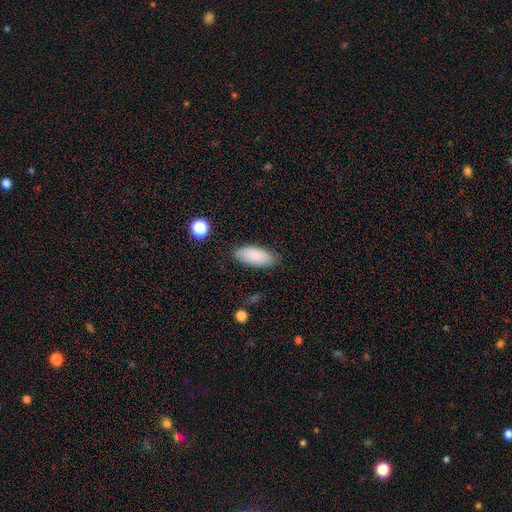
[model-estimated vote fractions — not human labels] smooth_or_featured: smooth (p=0.86) [alt: featured or disk p=0.07]
how_rounded: in between (p=0.85) [alt: cigar-shaped p=0.14]
merging: none (p=0.82) [alt: minor disturbance p=0.13]